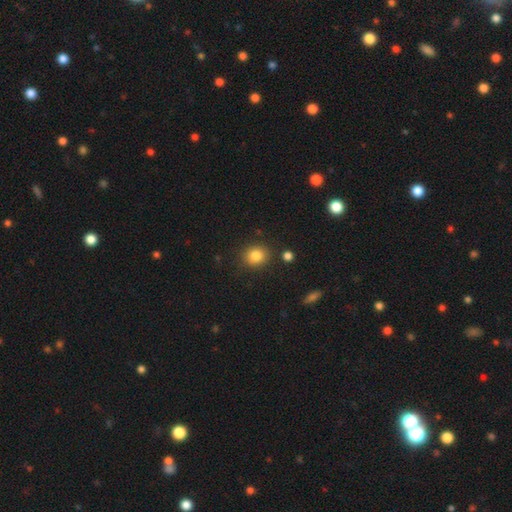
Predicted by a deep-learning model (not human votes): Smooth or featured: smooth — 83% (star or artifact — 11%)
How rounded: round — 76% (in between — 23%)
Merging: none — 85% (minor disturbance — 9%)